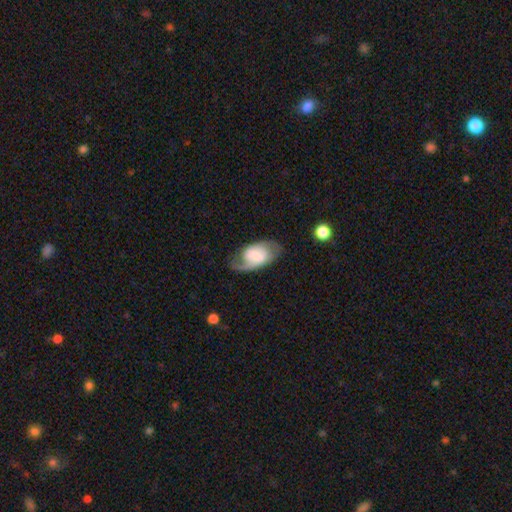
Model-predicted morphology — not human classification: Smooth or featured? Predicted: featured or disk (p=0.63). Edge-on disk? Predicted: no (p=0.95). Bar? Predicted: weak (p=0.47). Spiral arms? Predicted: yes (p=0.86). Spiral winding? Predicted: medium (p=0.45). Spiral arm count? Predicted: 2 (p=0.70). Bulge size? Predicted: small (p=0.27). Merging? Predicted: none (p=0.61).